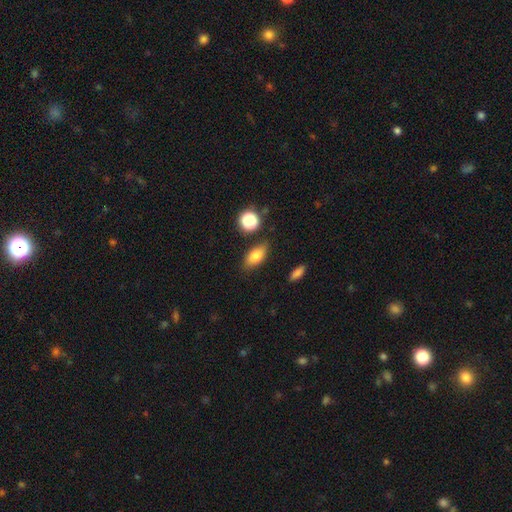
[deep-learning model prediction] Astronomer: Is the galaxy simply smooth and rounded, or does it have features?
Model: smooth — 79%.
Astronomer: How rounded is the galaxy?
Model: in between — 83%.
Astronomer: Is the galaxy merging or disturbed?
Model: none — 81%.